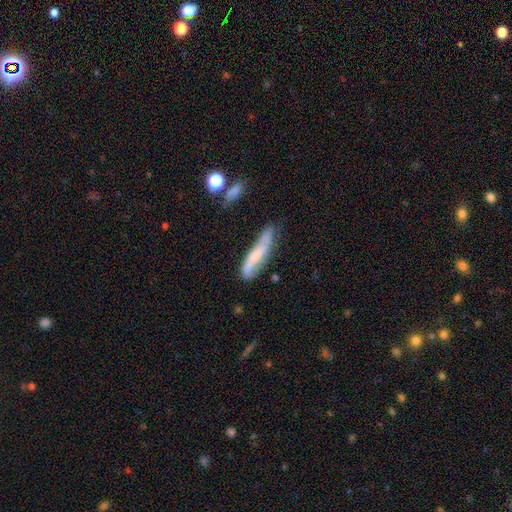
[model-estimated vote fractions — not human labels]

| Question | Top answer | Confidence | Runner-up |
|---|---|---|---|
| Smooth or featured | featured or disk | 53% | smooth (39%) |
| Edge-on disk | no | 61% | yes (39%) |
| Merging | none | 60% | minor disturbance (27%) |